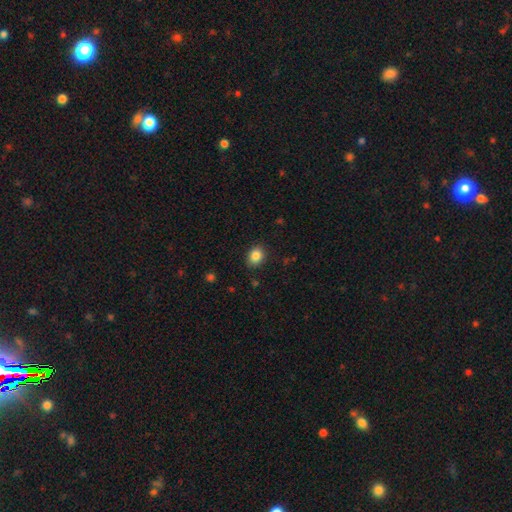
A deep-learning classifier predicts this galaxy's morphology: Smooth or featured?
  - smooth: 85% *
  - star or artifact: 10%
  - featured or disk: 5%
How rounded?
  - in between: 51% *
  - round: 48%
  - cigar-shaped: 1%
Merging?
  - none: 87% *
  - minor disturbance: 10%
  - major disturbance: 2%
  - merger: 1%